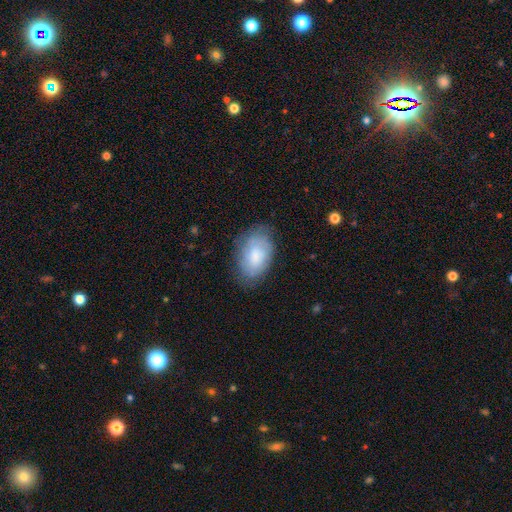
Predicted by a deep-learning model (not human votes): A smooth galaxy with no disk features (68%) that is in between round and cigar-shaped (91%). Merging: none (69%).